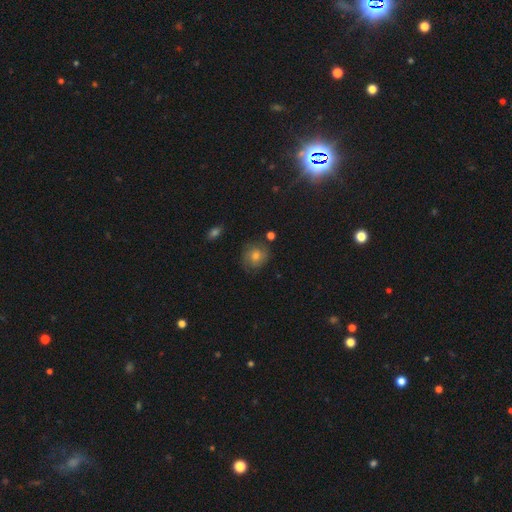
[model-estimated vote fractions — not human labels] This is marginally a smooth galaxy (44%). Merging: likely none (76%).